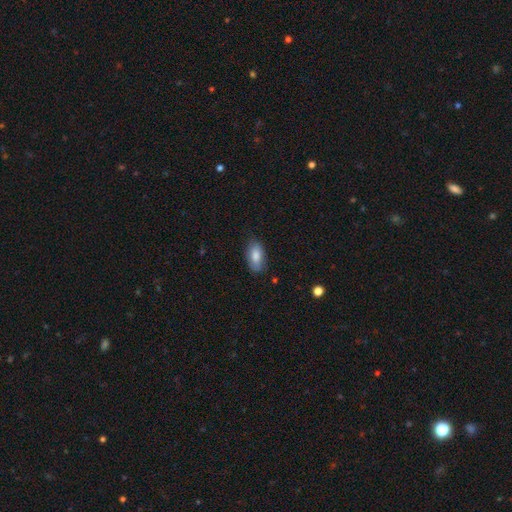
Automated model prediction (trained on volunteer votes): smooth-or-featured: smooth: 83% | featured or disk: 10% | star or artifact: 7%
  how-rounded: in between: 90% | cigar-shaped: 6% | round: 3%
  merging: none: 80% | minor disturbance: 16% | major disturbance: 3% | merger: 1%